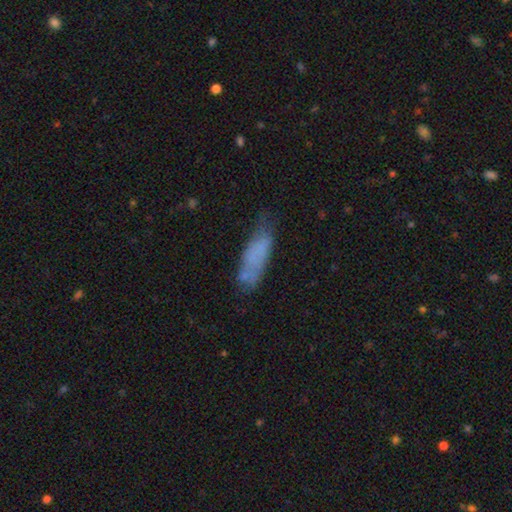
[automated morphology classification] A smooth galaxy with no disk features (66%) that is in between round and cigar-shaped (51%).

Vote fractions:
- Smooth or featured? smooth: 66% / featured or disk: 23% / star or artifact: 11%
- How rounded? in between: 51% / cigar-shaped: 47% / round: 2%
- Merging? none: 49% / minor disturbance: 30% / major disturbance: 14% / merger: 6%